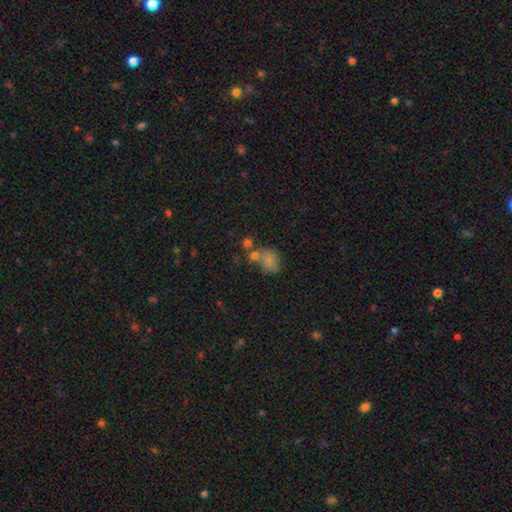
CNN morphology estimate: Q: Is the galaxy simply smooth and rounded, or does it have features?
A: smooth — 60%.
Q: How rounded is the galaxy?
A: round — 57%.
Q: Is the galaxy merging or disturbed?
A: none — 49%.